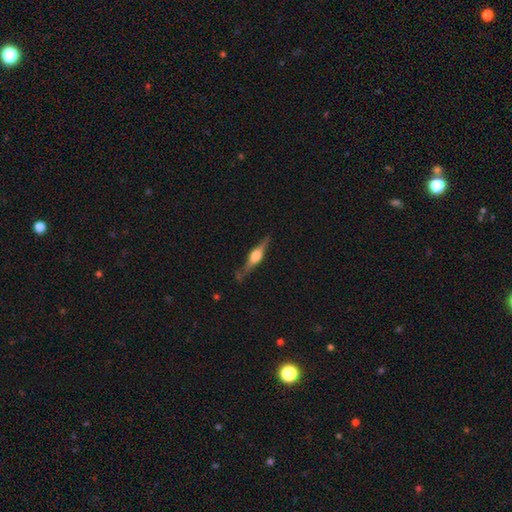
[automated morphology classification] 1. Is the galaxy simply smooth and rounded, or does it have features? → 73% featured or disk, 21% smooth, 6% star or artifact.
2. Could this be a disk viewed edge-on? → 97% yes, 3% no.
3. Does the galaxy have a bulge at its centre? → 88% rounded, 9% boxy, 2% none.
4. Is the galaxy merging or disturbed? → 81% none, 13% minor disturbance, 3% major disturbance, 3% merger.